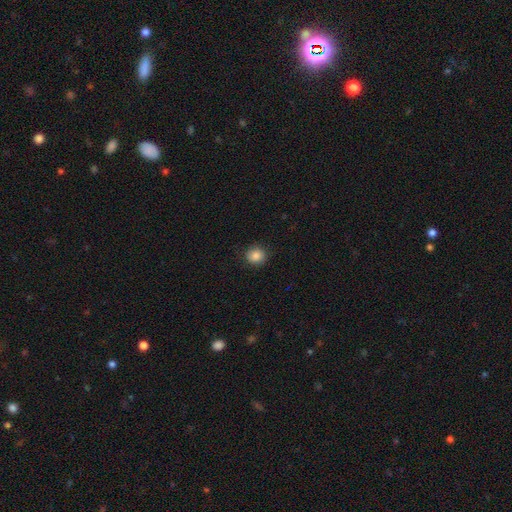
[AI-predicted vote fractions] Q: Smooth or featured?
A: smooth (86%); runner-up: star or artifact (10%)
Q: How rounded?
A: round (87%); runner-up: in between (12%)
Q: Merging?
A: none (86%); runner-up: minor disturbance (10%)